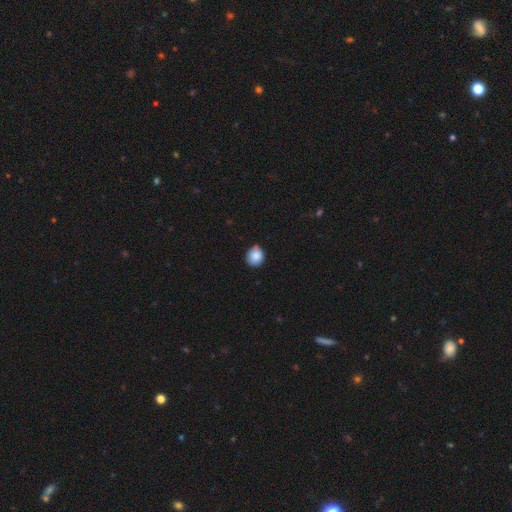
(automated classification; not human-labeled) Smooth or featured? smooth (87%)
How rounded? round (80%)
Merging? none (76%)